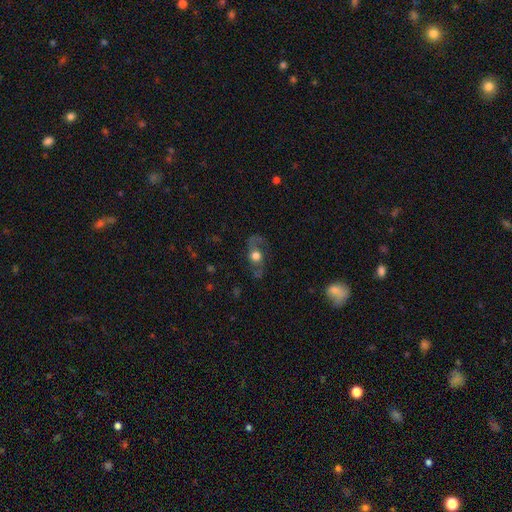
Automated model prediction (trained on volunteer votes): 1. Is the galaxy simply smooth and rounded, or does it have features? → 51% featured or disk, 39% smooth, 11% star or artifact.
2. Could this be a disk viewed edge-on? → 88% no, 12% yes.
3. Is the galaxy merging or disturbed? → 59% none, 20% major disturbance, 18% minor disturbance, 3% merger.